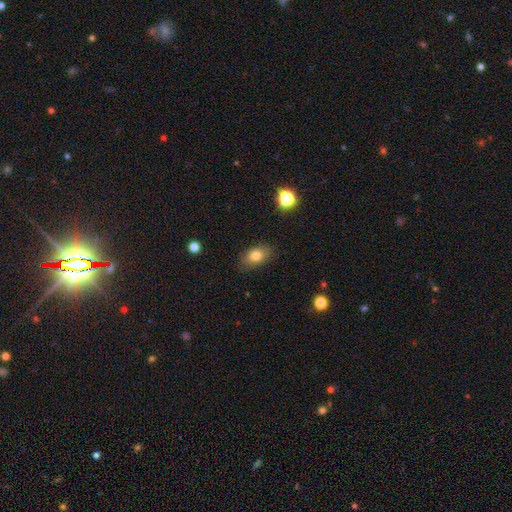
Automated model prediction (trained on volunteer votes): The model was most divided on "smooth or featured": smooth: 80%, featured or disk: 11%, star or artifact: 9%. More confident: how rounded — in between (85%); merging — none (85%).